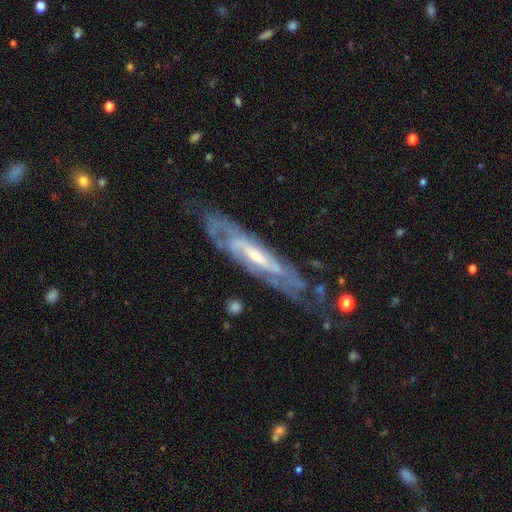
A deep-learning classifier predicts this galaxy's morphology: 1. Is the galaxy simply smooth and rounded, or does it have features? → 84% featured or disk, 10% smooth, 6% star or artifact.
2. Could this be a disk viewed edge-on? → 67% no, 33% yes.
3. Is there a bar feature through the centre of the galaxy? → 41% weak, 36% no, 24% strong.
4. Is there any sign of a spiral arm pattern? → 90% yes, 10% no.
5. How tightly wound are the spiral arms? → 60% tight, 32% medium, 8% loose.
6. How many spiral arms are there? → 48% can't tell, 33% 2, 8% 3, 5% 4, 3% 1, 3% more than 4.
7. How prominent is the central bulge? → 54% small, 39% moderate, 3% large, 3% none, 1% dominant.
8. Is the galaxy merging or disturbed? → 69% none, 20% minor disturbance, 9% major disturbance, 2% merger.